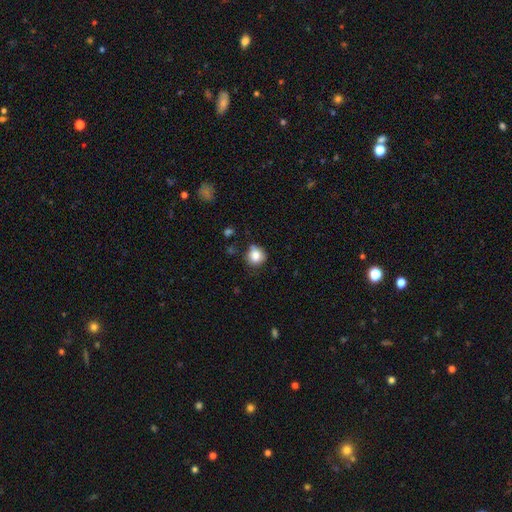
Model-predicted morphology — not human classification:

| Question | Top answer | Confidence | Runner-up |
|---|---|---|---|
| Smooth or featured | smooth | 83% | star or artifact (10%) |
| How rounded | round | 84% | in between (15%) |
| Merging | none | 69% | minor disturbance (22%) |